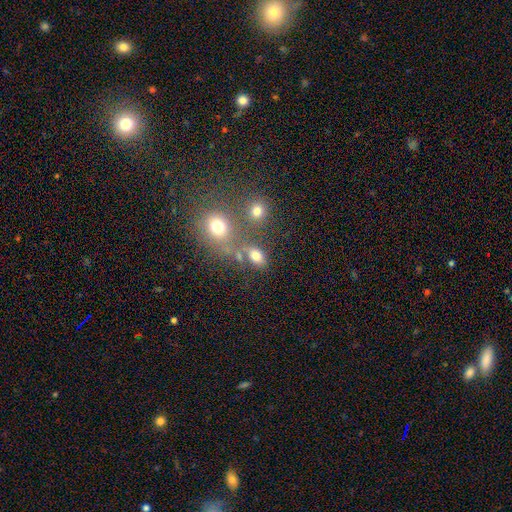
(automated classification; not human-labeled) This is likely a smooth galaxy (75%). How rounded: likely in between (68%). Merging: possibly none (57%).